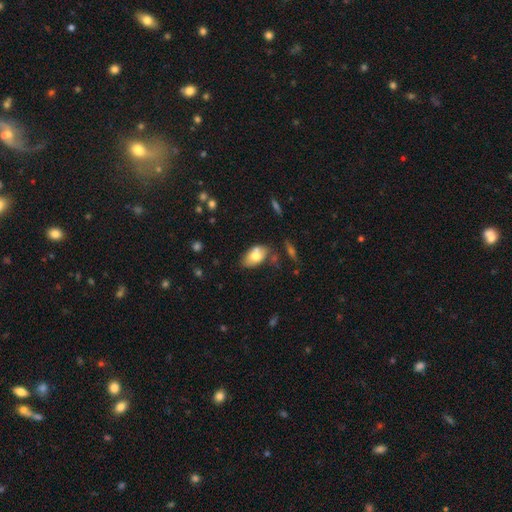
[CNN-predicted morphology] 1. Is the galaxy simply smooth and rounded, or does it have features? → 70% smooth, 23% featured or disk, 8% star or artifact.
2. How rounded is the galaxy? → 91% in between, 7% round, 2% cigar-shaped.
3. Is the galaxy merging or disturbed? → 53% none, 22% minor disturbance, 19% merger, 7% major disturbance.